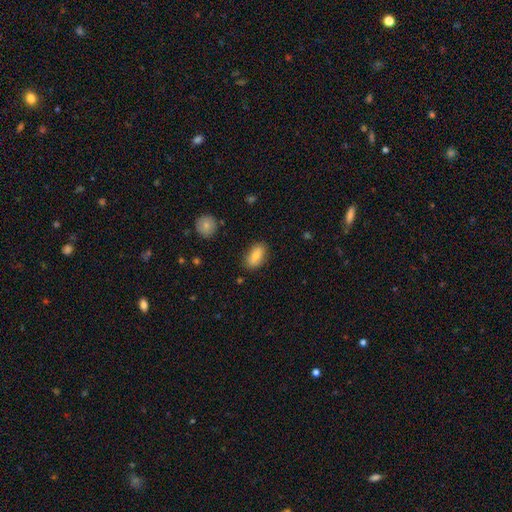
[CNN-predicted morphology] Smooth or featured? Predicted: smooth (p=0.78). How rounded? Predicted: in between (p=0.89). Merging? Predicted: none (p=0.82).